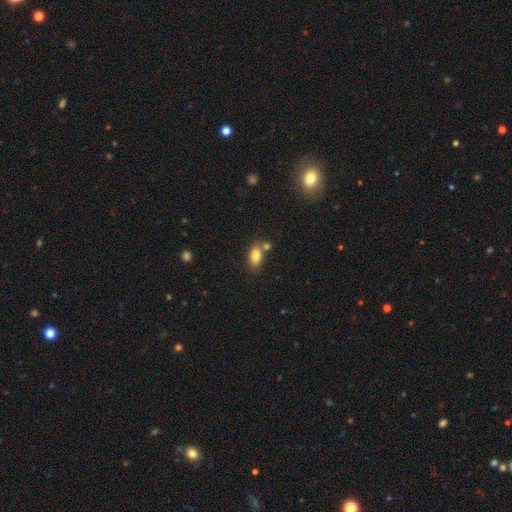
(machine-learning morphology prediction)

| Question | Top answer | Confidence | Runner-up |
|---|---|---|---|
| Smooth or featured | smooth | 81% | featured or disk (10%) |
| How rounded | in between | 85% | round (12%) |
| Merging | none | 62% | merger (22%) |